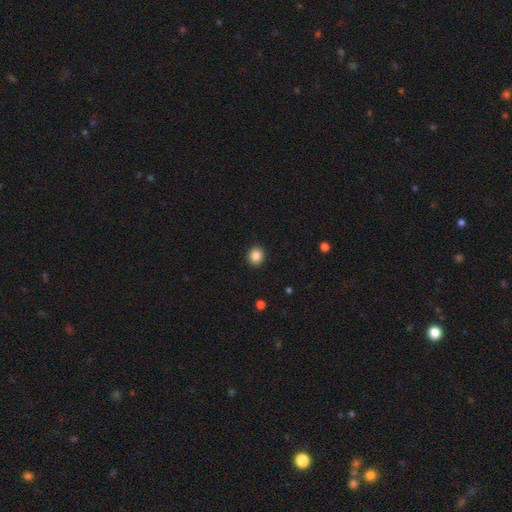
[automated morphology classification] smooth_or_featured: smooth (p=0.85) [alt: star or artifact p=0.10]
how_rounded: round (p=0.87) [alt: in between p=0.12]
merging: none (p=0.92) [alt: minor disturbance p=0.05]